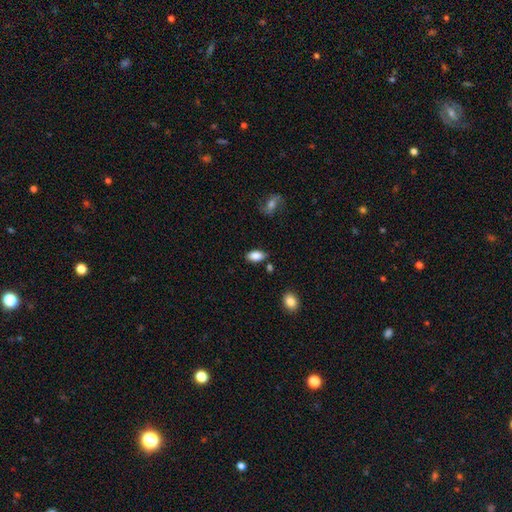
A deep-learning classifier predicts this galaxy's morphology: The model was most divided on "merging": none: 81%, minor disturbance: 13%, merger: 4%, major disturbance: 3%. More confident: how rounded — in between (92%); smooth or featured — smooth (86%).